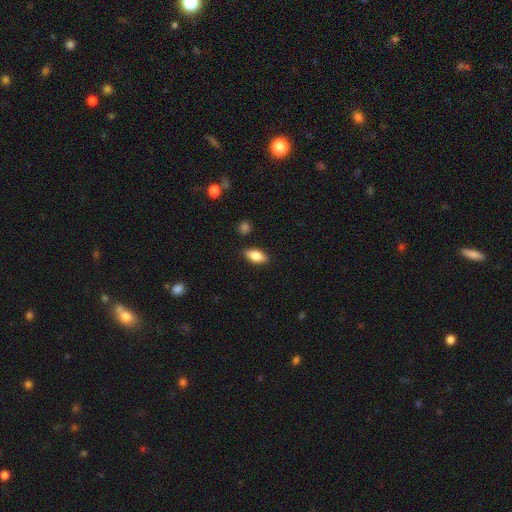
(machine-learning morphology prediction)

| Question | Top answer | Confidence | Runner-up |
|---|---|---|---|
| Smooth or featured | smooth | 76% | featured or disk (16%) |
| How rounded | in between | 85% | cigar-shaped (11%) |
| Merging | none | 85% | minor disturbance (11%) |